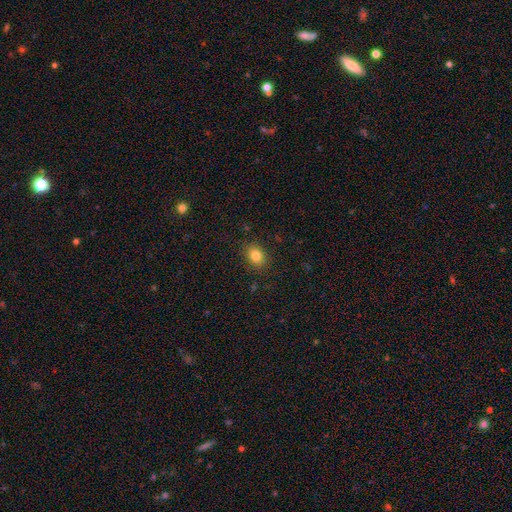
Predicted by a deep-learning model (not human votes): Smooth or featured? smooth (83%)
How rounded? in between (60%)
Merging? none (86%)